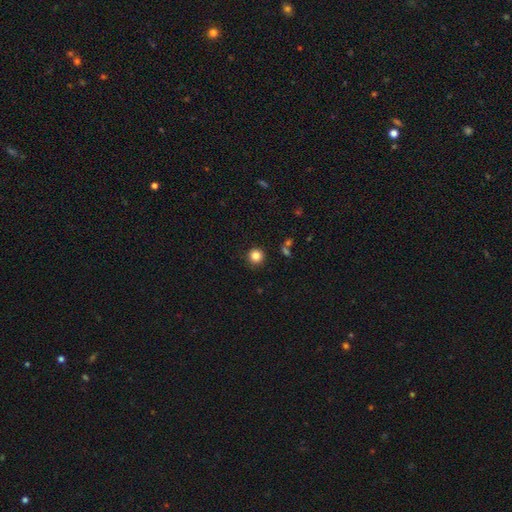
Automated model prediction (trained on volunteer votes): smooth 84%, star or artifact 12%, featured or disk 4%. Down the decision tree: how rounded — round (94%); merging — none (90%).